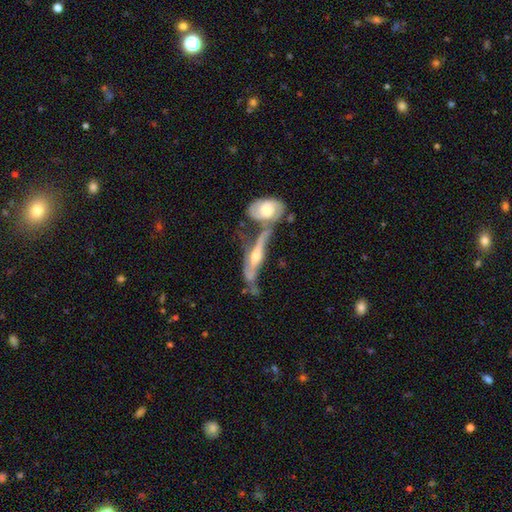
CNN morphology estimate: A featured or disk galaxy (75%) viewed edge-on (65%).

Vote fractions:
- Smooth or featured? featured or disk: 75% / smooth: 19% / star or artifact: 6%
- Edge-on disk? yes: 65% / no: 35%
- Merging? merger: 47% / none: 28% / minor disturbance: 14% / major disturbance: 10%